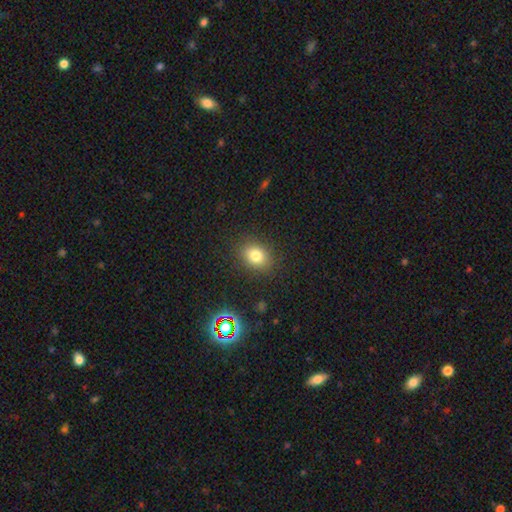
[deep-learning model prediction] smooth-or-featured: smooth: 78% | star or artifact: 13% | featured or disk: 9%
  how-rounded: in between: 53% | round: 46% | cigar-shaped: 1%
  merging: none: 86% | minor disturbance: 9% | major disturbance: 3% | merger: 1%